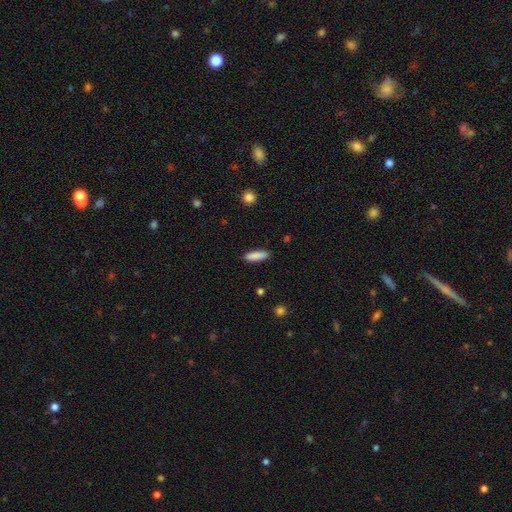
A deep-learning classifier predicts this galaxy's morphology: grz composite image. It shows a smooth galaxy with no disk features (88%) that is cigar-shaped (57%). Merging: none (89%).